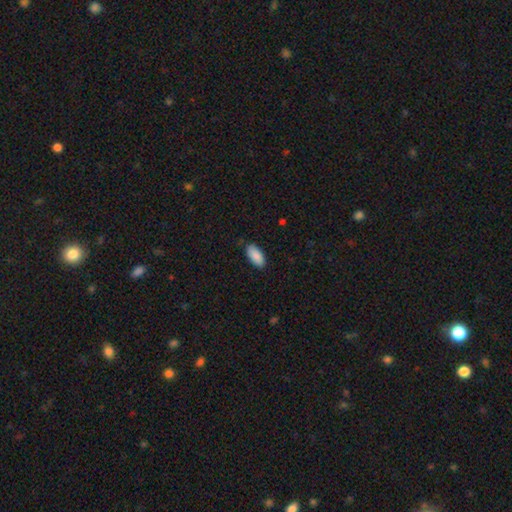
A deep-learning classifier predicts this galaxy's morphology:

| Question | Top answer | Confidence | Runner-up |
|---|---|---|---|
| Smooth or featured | smooth | 90% | star or artifact (6%) |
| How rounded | in between | 93% | cigar-shaped (6%) |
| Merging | none | 85% | minor disturbance (12%) |